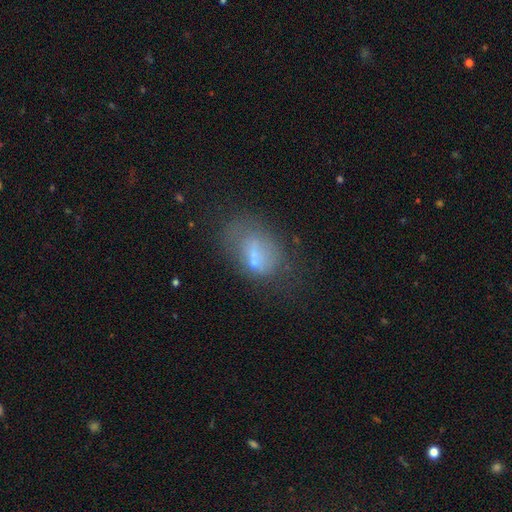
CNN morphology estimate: A smooth galaxy with no disk features (49%). Merging: none (35%).